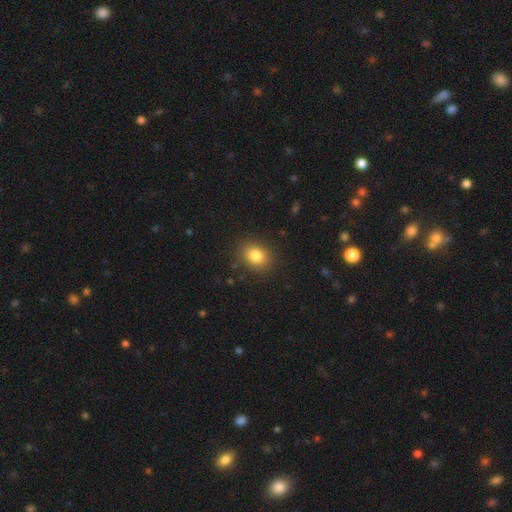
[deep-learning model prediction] A smooth galaxy with no disk features (83%) that is round (50%). Merging: none (87%).